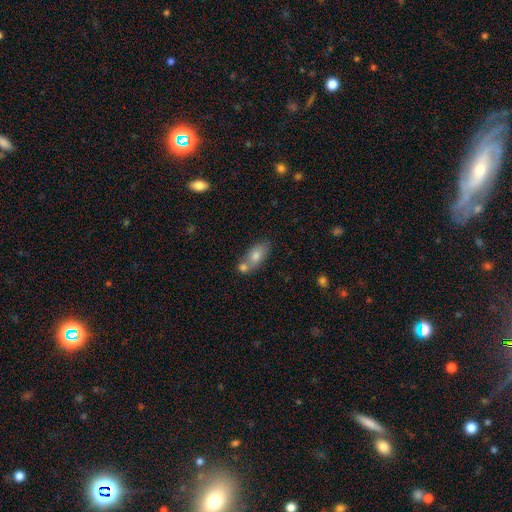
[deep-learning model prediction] smooth 72%, featured or disk 19%, star or artifact 9%. Down the decision tree: how rounded — in between (82%); merging — none (49%).